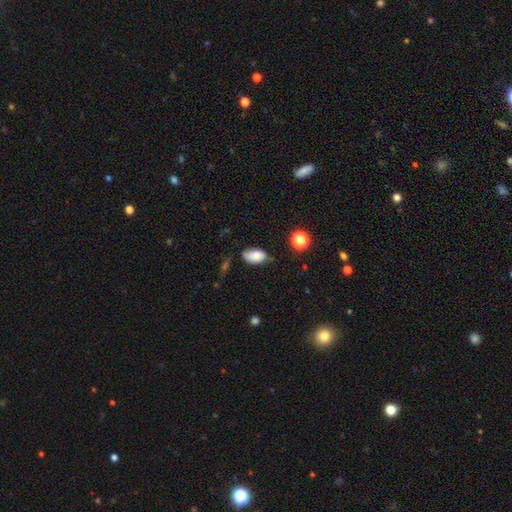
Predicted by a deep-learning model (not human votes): Overall: smooth (83%). How rounded: in between (93%). Merging: none (60%; minor disturbance 31%).